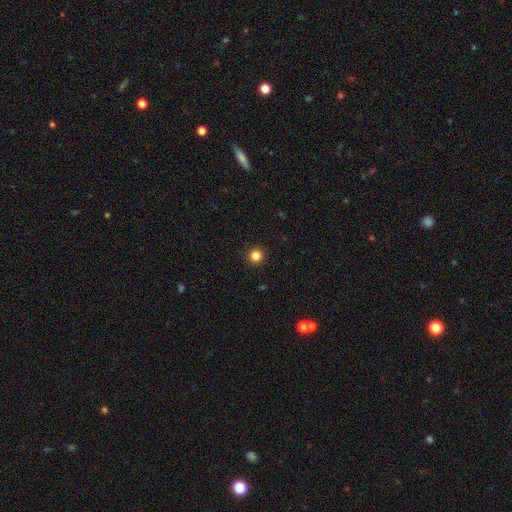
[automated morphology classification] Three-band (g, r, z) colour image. It shows a smooth galaxy with no disk features (84%) that is round (96%). Merging: none (93%).